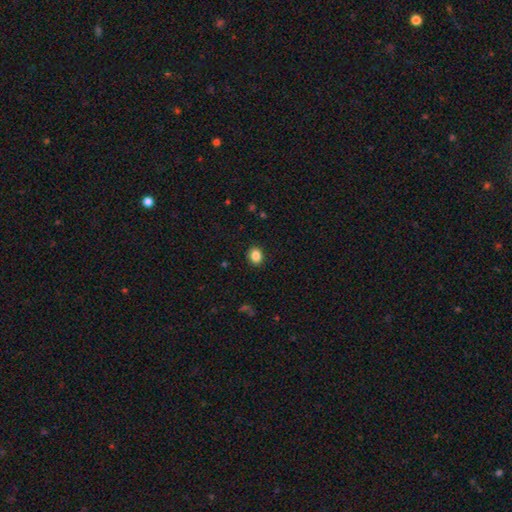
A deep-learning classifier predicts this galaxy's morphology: smooth 86%, star or artifact 9%, featured or disk 4%. Down the decision tree: how rounded — round (53%); merging — none (90%).